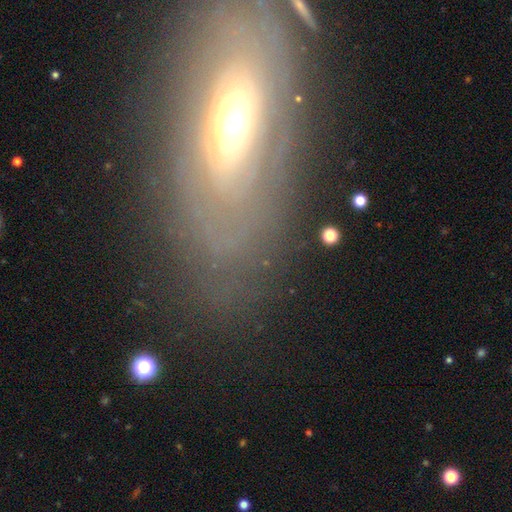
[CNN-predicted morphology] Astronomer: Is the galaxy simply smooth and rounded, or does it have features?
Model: featured or disk — 65%.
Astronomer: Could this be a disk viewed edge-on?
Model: no — 83%.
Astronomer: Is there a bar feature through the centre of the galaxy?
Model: no — 73%.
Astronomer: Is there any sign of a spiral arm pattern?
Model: no — 55% (runner-up: yes, 45%).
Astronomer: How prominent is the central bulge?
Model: moderate — 62%.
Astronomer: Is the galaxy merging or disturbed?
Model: none — 77%.